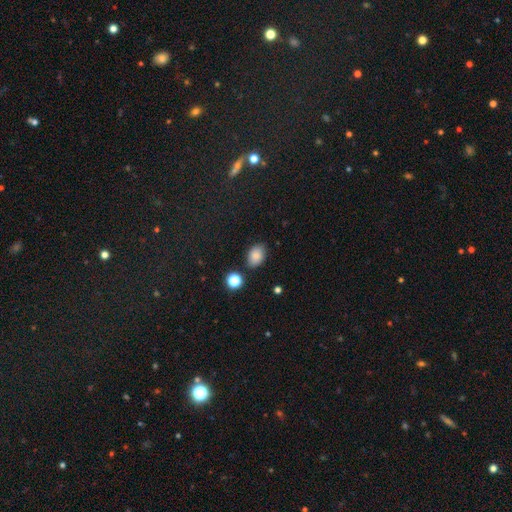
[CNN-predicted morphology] A smooth galaxy with no disk features (84%) that is in between round and cigar-shaped (81%).

Vote fractions:
- Smooth or featured? smooth: 84% / star or artifact: 10% / featured or disk: 6%
- How rounded? in between: 81% / round: 18% / cigar-shaped: 1%
- Merging? none: 80% / minor disturbance: 14% / merger: 3% / major disturbance: 3%